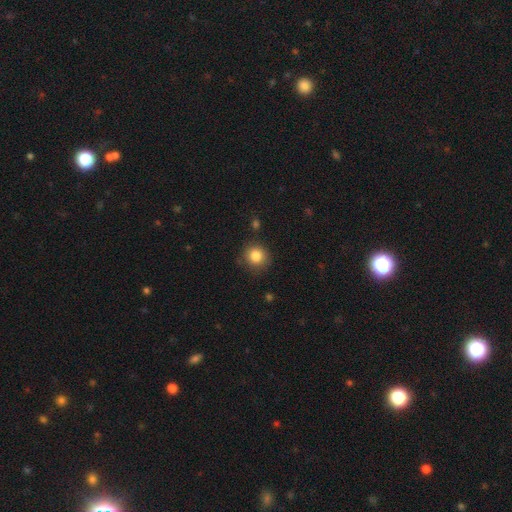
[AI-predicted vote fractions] Morphology: type=smooth (83%); roundness=round (90%); merging=none (83%).